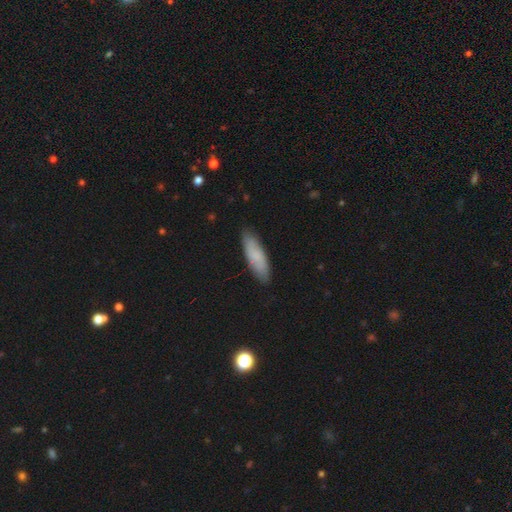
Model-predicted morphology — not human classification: Overall: smooth (76%). How rounded: cigar-shaped (50%; in between 48%). Merging: none (84%).